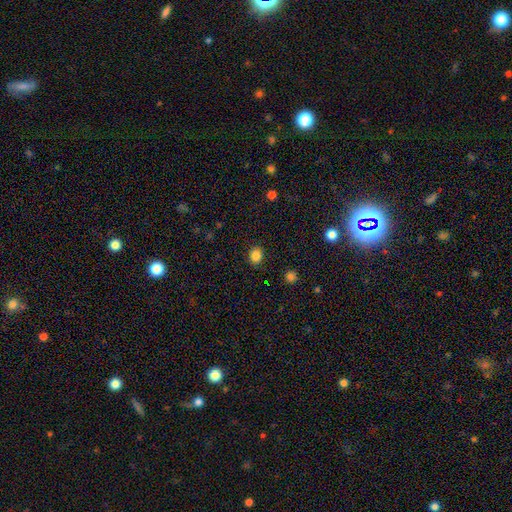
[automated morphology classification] Overall: smooth (85%). How rounded: round (64%; in between 35%). Merging: none (89%).